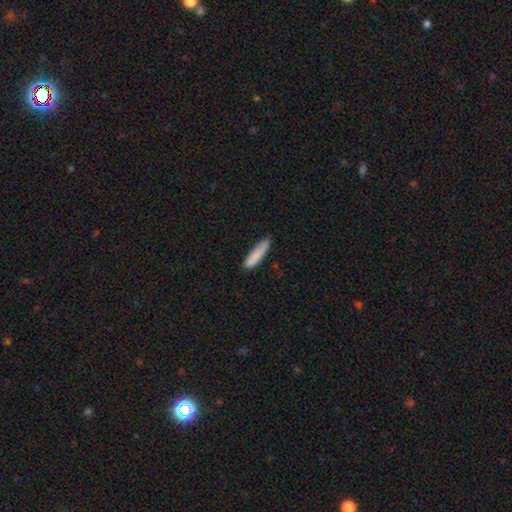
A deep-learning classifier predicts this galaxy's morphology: Smooth or featured? smooth (85%)
How rounded? cigar-shaped (79%)
Merging? none (75%)